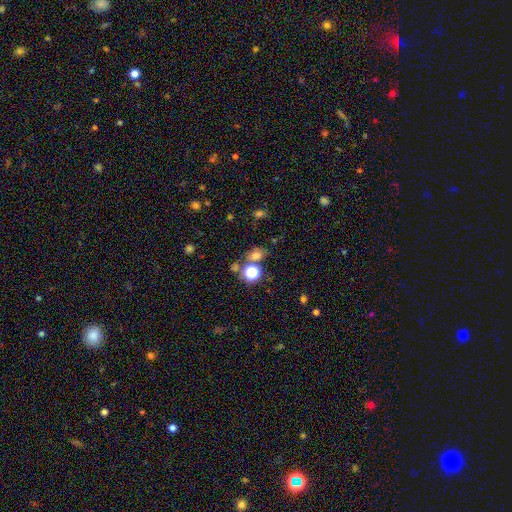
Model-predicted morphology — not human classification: smooth_or_featured: smooth (p=0.62) [alt: star or artifact p=0.28]
how_rounded: round (p=0.53) [alt: in between p=0.45]
merging: none (p=0.61) [alt: merger p=0.20]